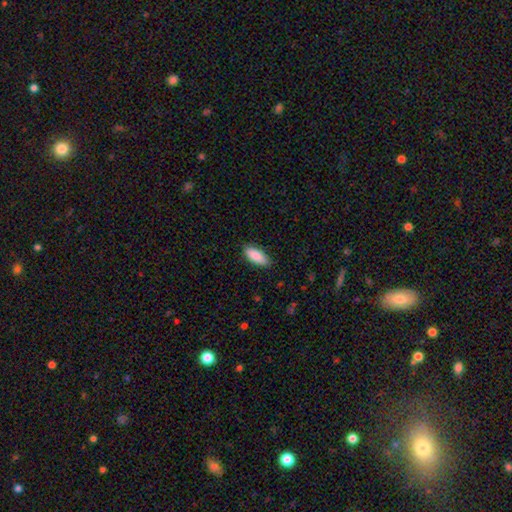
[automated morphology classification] A smooth galaxy with no disk features (89%) that is in between round and cigar-shaped (85%). Merging: none (87%).